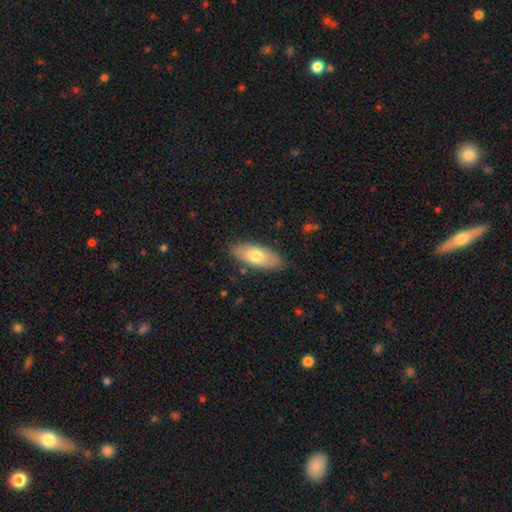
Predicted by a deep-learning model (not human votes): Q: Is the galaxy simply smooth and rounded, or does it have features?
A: smooth — 72%.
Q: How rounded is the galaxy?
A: in between — 80%.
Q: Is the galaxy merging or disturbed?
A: none — 85%.